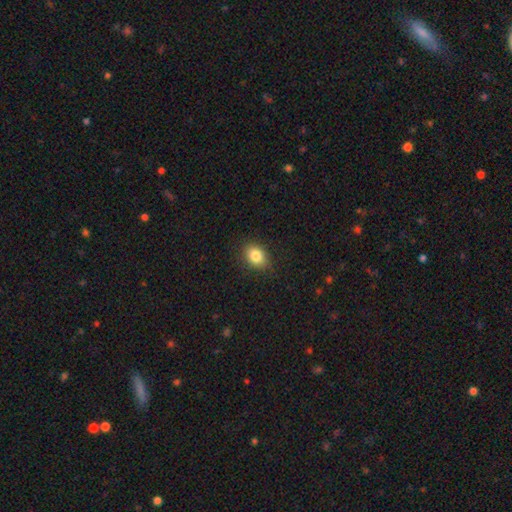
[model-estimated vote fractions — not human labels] Smooth or featured: smooth — 84% (star or artifact — 9%)
How rounded: in between — 68% (round — 31%)
Merging: none — 85% (minor disturbance — 11%)